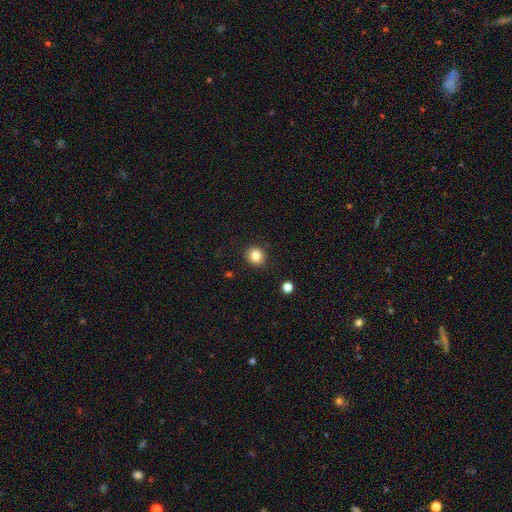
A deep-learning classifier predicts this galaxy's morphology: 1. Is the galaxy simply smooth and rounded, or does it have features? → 84% smooth, 11% star or artifact, 6% featured or disk.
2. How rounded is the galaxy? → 86% round, 14% in between, 1% cigar-shaped.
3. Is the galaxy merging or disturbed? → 89% none, 7% minor disturbance, 2% major disturbance, 1% merger.